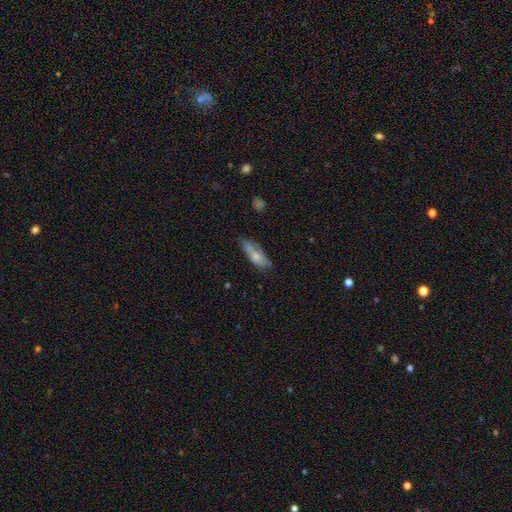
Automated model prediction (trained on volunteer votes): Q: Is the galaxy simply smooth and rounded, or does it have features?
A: smooth — 64%.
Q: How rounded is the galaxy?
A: in between — 65%.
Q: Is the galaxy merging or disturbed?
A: none — 56%.